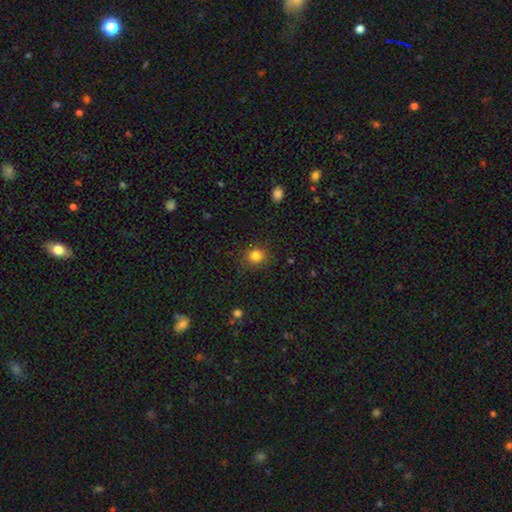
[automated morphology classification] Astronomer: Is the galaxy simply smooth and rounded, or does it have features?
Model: smooth — 83%.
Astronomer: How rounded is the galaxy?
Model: round — 83%.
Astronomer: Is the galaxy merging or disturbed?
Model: none — 86%.